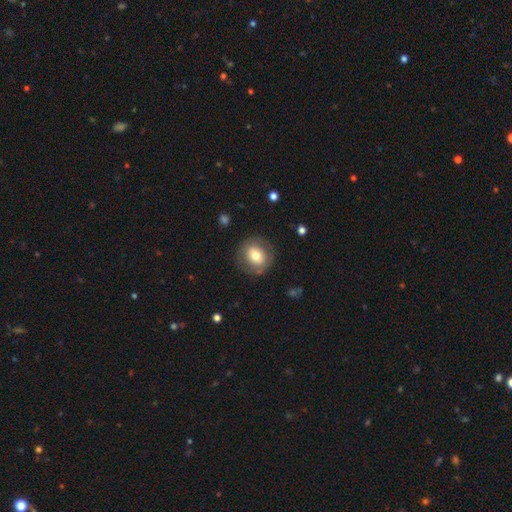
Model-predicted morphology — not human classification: smooth 67%, featured or disk 25%, star or artifact 8%. Down the decision tree: how rounded — round (79%); merging — none (82%).